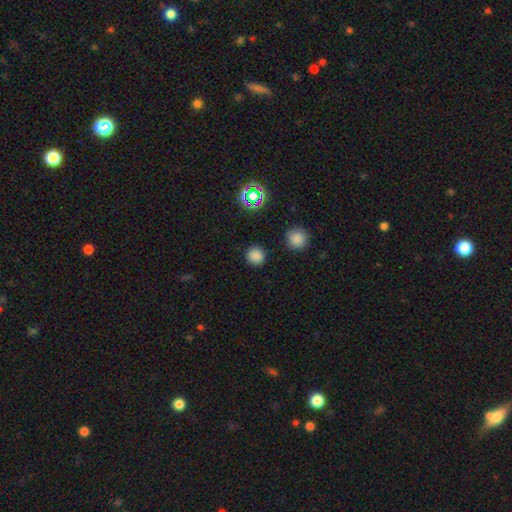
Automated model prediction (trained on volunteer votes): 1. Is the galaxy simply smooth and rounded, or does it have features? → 79% smooth, 17% star or artifact, 4% featured or disk.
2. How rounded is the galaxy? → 92% round, 7% in between, 1% cigar-shaped.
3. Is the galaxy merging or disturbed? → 89% none, 7% minor disturbance, 2% major disturbance, 2% merger.